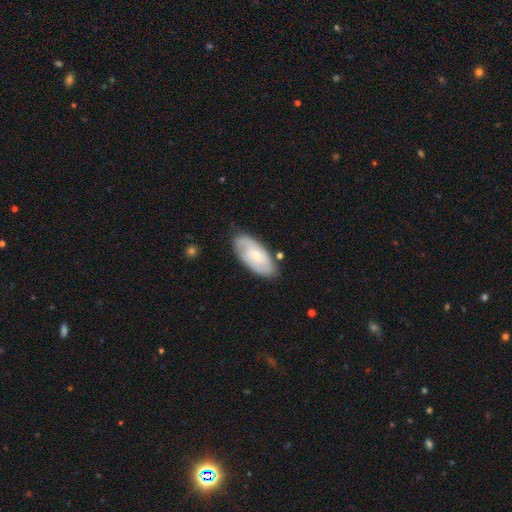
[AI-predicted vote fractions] A featured or disk galaxy (55%) with no bar (70%), spiral arms (81%) and a small central bulge (64%). Merging: none (77%).